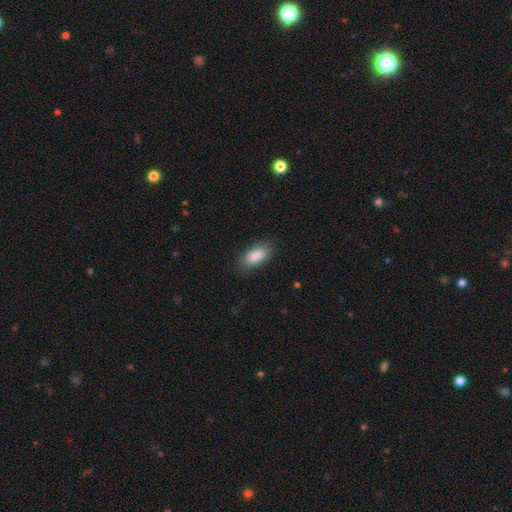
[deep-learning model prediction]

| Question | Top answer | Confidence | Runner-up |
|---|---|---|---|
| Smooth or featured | smooth | 87% | featured or disk (7%) |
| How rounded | in between | 89% | cigar-shaped (8%) |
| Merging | none | 86% | minor disturbance (11%) |